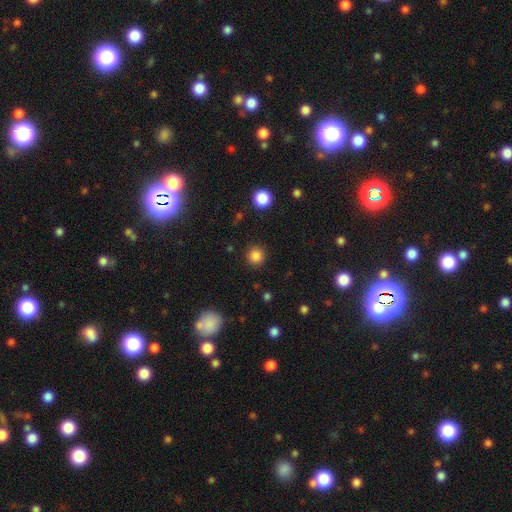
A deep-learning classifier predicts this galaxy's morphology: Smooth or featured?
  - smooth: 85% *
  - star or artifact: 12%
  - featured or disk: 4%
How rounded?
  - round: 94% *
  - in between: 5%
  - cigar-shaped: 1%
Merging?
  - none: 90% *
  - minor disturbance: 6%
  - major disturbance: 2%
  - merger: 1%